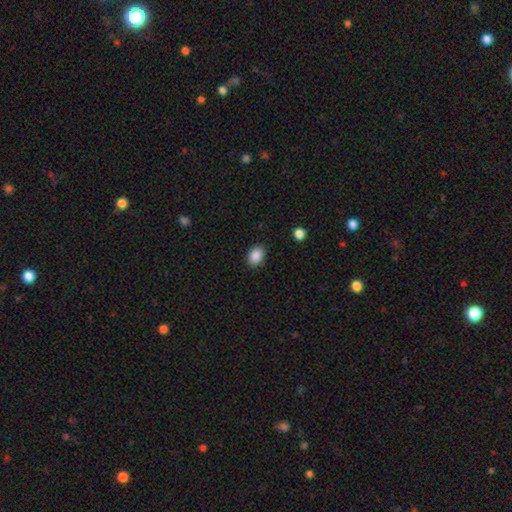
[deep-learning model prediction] smooth 88%, star or artifact 8%, featured or disk 4%. Down the decision tree: how rounded — in between (77%); merging — none (88%).